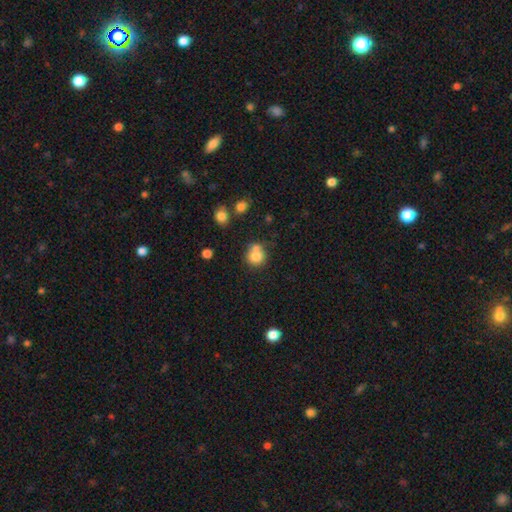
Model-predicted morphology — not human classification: Smooth or featured?
  - smooth: 78% *
  - featured or disk: 11%
  - star or artifact: 11%
How rounded?
  - round: 84% *
  - in between: 16%
  - cigar-shaped: 1%
Merging?
  - none: 48% *
  - merger: 36%
  - minor disturbance: 12%
  - major disturbance: 4%